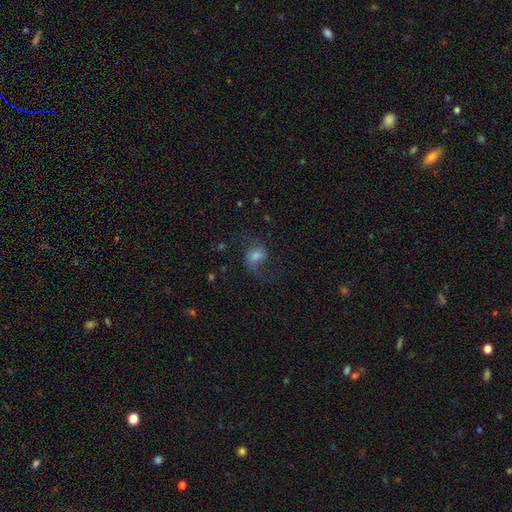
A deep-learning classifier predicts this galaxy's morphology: A featured or disk galaxy (57%) with no bar (56%), 2 (84%) loose (69%) spiral arms (91%) and a moderate central bulge (49%). Merging: none (62%).